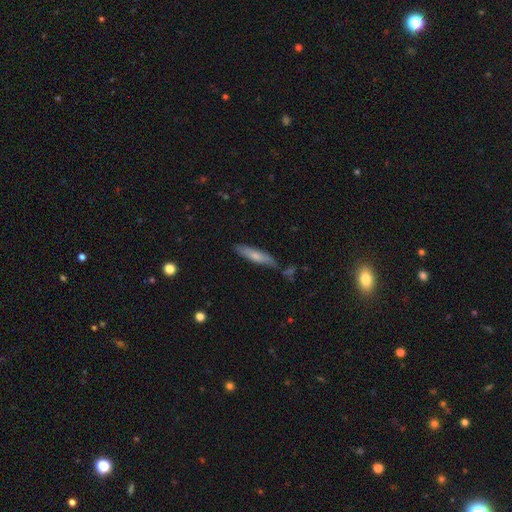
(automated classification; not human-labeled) Smooth or featured: smooth — 65% (featured or disk — 29%)
How rounded: cigar-shaped — 81% (in between — 18%)
Merging: none — 70% (minor disturbance — 20%)